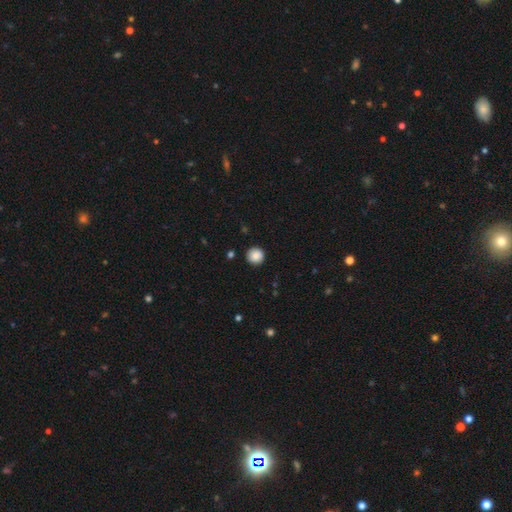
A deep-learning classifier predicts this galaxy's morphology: Smooth or featured? smooth (88%)
How rounded? round (96%)
Merging? none (92%)